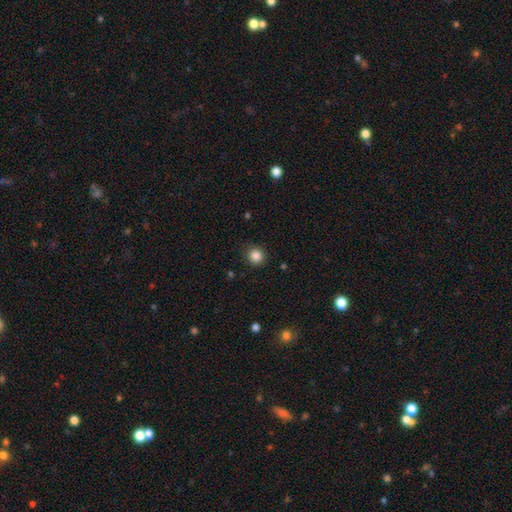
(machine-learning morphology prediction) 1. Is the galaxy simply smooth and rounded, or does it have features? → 85% smooth, 11% star or artifact, 4% featured or disk.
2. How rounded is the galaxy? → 88% round, 11% in between, 1% cigar-shaped.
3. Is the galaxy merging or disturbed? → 87% none, 9% minor disturbance, 2% major disturbance, 1% merger.